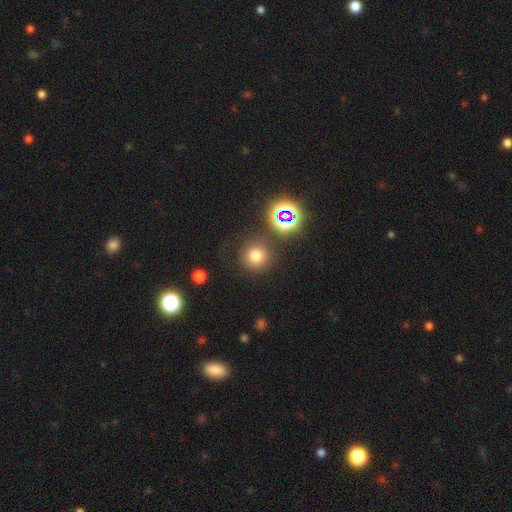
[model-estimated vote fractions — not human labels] smooth_or_featured: smooth (p=0.72) [alt: star or artifact p=0.20]
how_rounded: round (p=0.94) [alt: in between p=0.05]
merging: none (p=0.81) [alt: minor disturbance p=0.09]